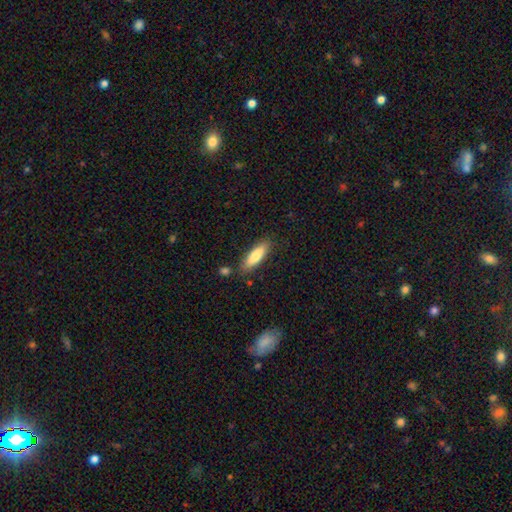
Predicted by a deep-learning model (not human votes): A smooth galaxy with no disk features (79%) that is cigar-shaped (54%).

Vote fractions:
- Smooth or featured? smooth: 79% / featured or disk: 15% / star or artifact: 6%
- How rounded? cigar-shaped: 54% / in between: 44% / round: 2%
- Merging? none: 81% / minor disturbance: 12% / merger: 4% / major disturbance: 3%